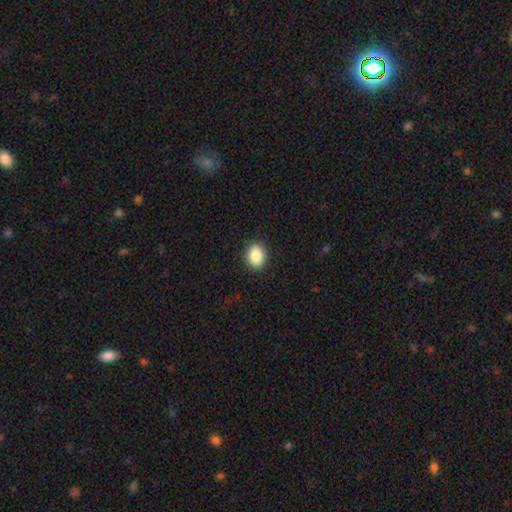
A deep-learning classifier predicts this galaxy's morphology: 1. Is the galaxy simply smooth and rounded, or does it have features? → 88% smooth, 8% star or artifact, 4% featured or disk.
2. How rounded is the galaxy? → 58% in between, 41% round, 1% cigar-shaped.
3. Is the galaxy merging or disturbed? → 90% none, 7% minor disturbance, 2% major disturbance, 1% merger.